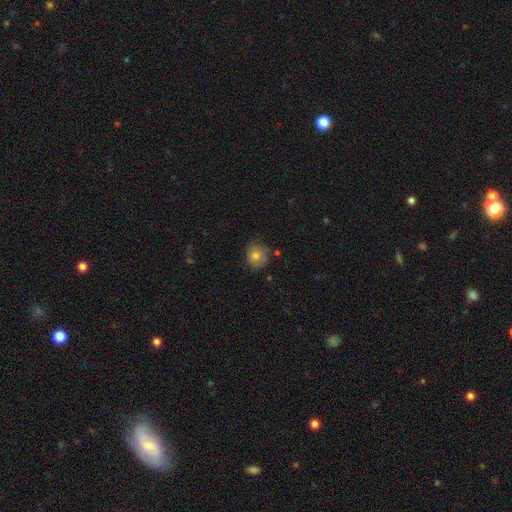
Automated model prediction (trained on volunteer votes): Overall: smooth (75%). How rounded: round (74%). Merging: none (69%).